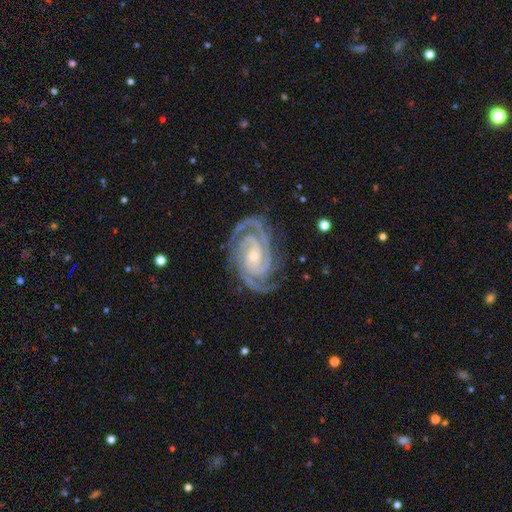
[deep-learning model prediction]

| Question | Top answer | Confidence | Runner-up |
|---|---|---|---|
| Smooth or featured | featured or disk | 93% | star or artifact (5%) |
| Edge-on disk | no | 98% | yes (2%) |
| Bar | no | 53% | weak (29%) |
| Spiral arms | yes | 99% | no (1%) |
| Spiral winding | tight | 76% | medium (22%) |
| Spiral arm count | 2 | 55% | 3 (24%) |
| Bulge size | small | 62% | moderate (34%) |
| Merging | none | 82% | minor disturbance (13%) |